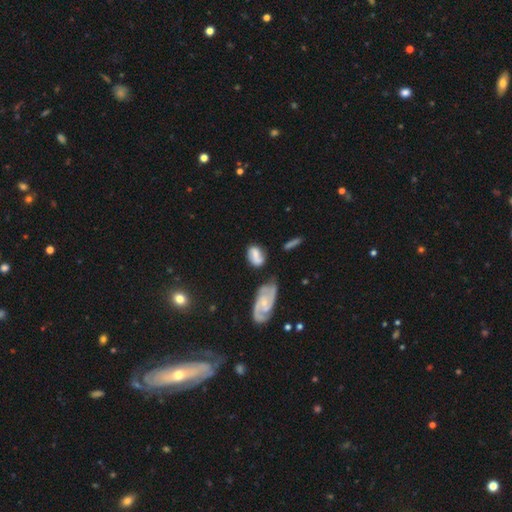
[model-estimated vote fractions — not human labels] smooth 50%, featured or disk 41%, star or artifact 9%. Down the decision tree: how rounded — in between (79%); merging — none (53%).